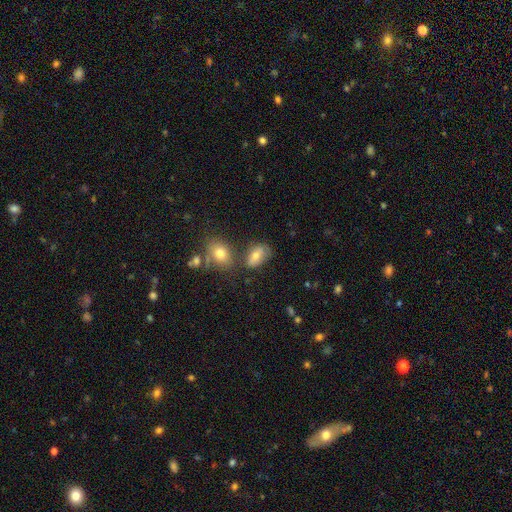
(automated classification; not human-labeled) Overall: smooth (69%). How rounded: in between (88%). Merging: none (58%; minor disturbance 20%).